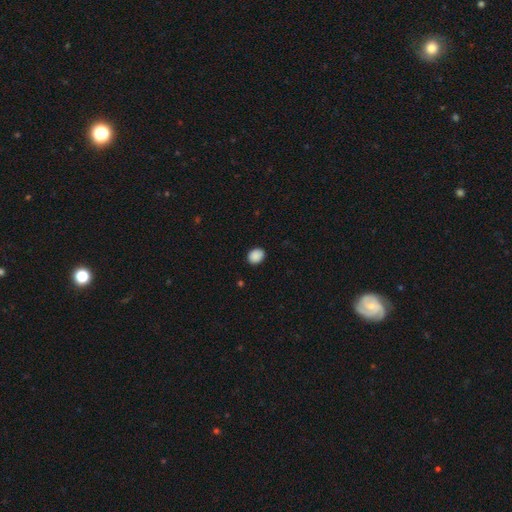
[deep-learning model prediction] Overall: smooth (89%). How rounded: in between (52%; round 47%). Merging: none (89%).